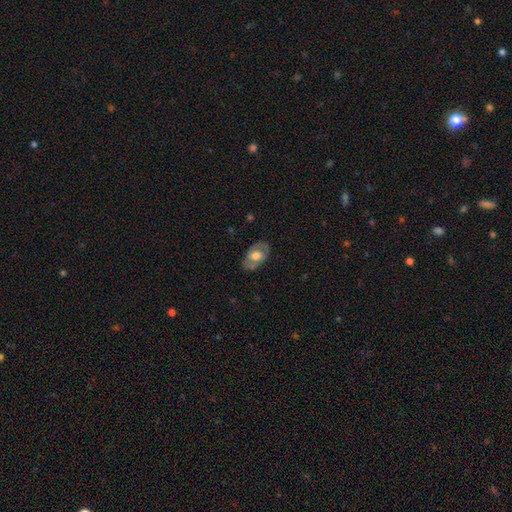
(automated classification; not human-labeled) The model was most divided on "smooth or featured": smooth: 48%, featured or disk: 46%, star or artifact: 6%. More confident: merging — none (72%).